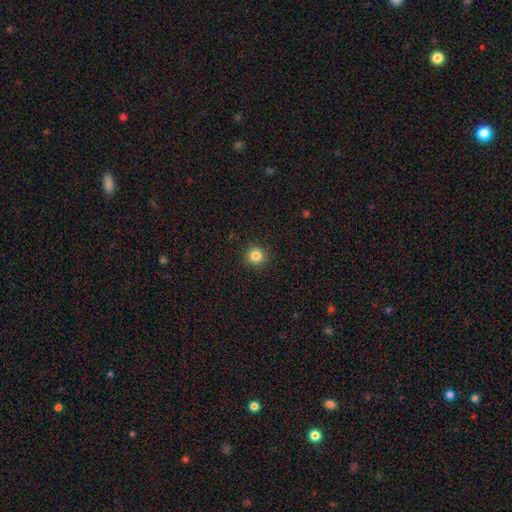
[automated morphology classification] Smooth or featured: smooth — 83% (star or artifact — 12%)
How rounded: round — 94% (in between — 5%)
Merging: none — 92% (minor disturbance — 5%)